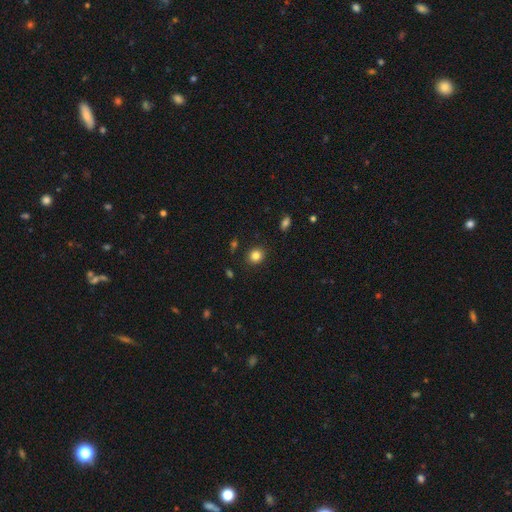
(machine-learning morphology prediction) smooth-or-featured: smooth: 84% | star or artifact: 11% | featured or disk: 5%
  how-rounded: round: 73% | in between: 26% | cigar-shaped: 1%
  merging: none: 88% | minor disturbance: 8% | major disturbance: 2% | merger: 2%